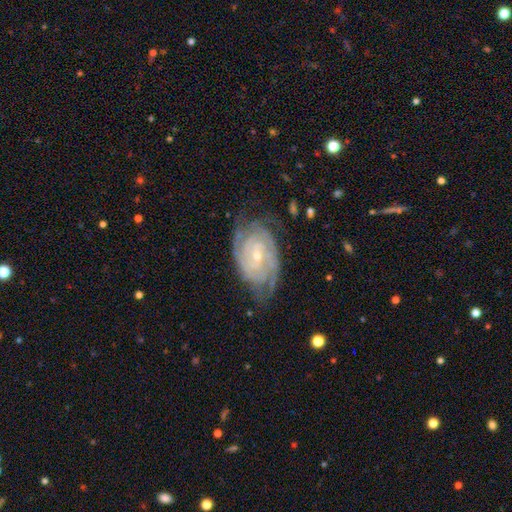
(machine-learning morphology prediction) A featured or disk galaxy (83%) with no bar (51%), tight (72%) spiral arms (96%) and a small central bulge (72%).

Vote fractions:
- Smooth or featured? featured or disk: 83% / smooth: 9% / star or artifact: 9%
- Edge-on disk? no: 96% / yes: 4%
- Bar? no: 51% / weak: 36% / strong: 12%
- Spiral arms? yes: 96% / no: 4%
- Spiral winding? tight: 72% / medium: 23% / loose: 5%
- Spiral arm count? can't tell: 29% / 2: 28% / 3: 19% / 4: 12% / more than 4: 6% / 1: 6%
- Bulge size? small: 72% / moderate: 24% / none: 2% / large: 1% / dominant: 1%
- Merging? none: 71% / minor disturbance: 20% / major disturbance: 7% / merger: 1%